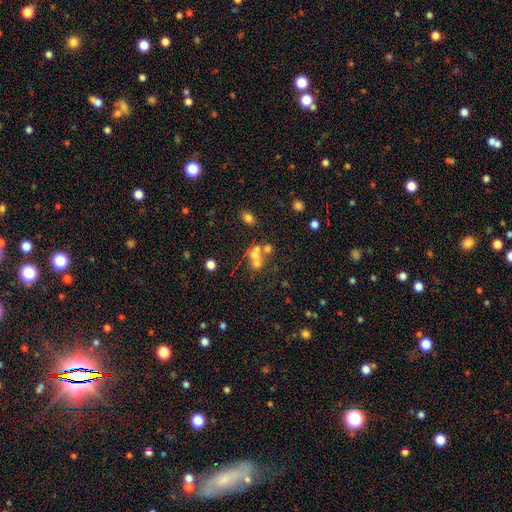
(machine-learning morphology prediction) A smooth galaxy with no disk features (51%) that is round (63%). Merging: merger (54%).